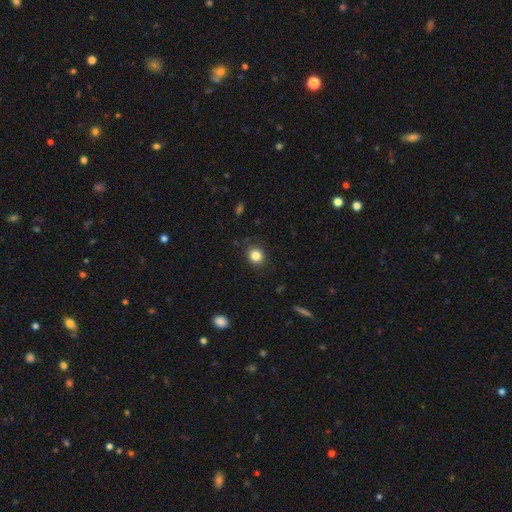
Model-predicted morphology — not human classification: A smooth galaxy with no disk features (84%) that is round (78%). Merging: none (85%).